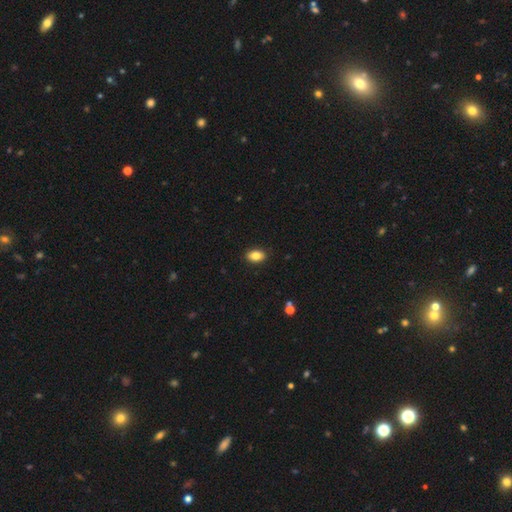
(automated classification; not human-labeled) Q: Smooth or featured?
A: smooth (84%); runner-up: star or artifact (8%)
Q: How rounded?
A: in between (88%); runner-up: round (10%)
Q: Merging?
A: none (89%); runner-up: minor disturbance (8%)